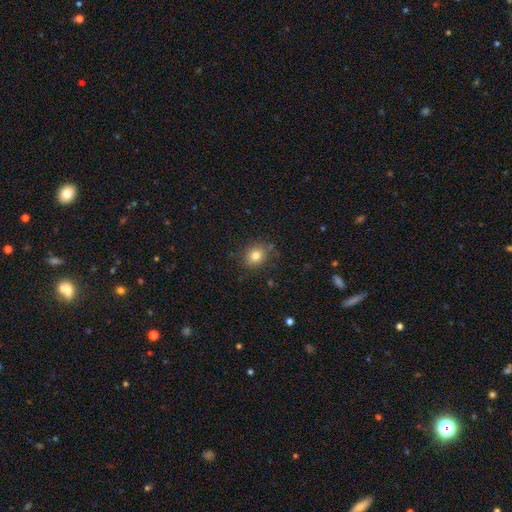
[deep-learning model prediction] Smooth or featured: smooth — 80% (star or artifact — 12%)
How rounded: round — 67% (in between — 32%)
Merging: none — 82% (minor disturbance — 13%)